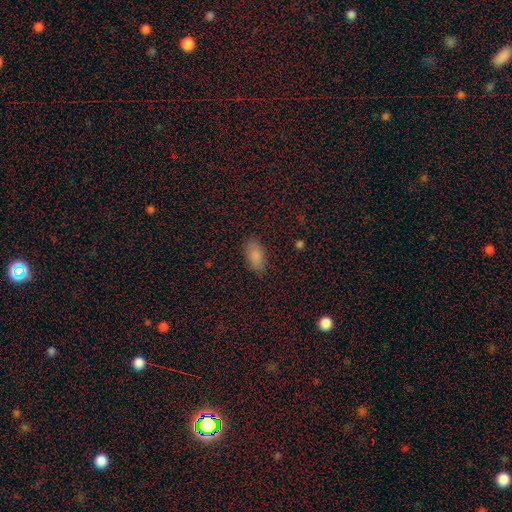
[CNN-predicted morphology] smooth-or-featured: smooth: 85% | star or artifact: 9% | featured or disk: 6%
  how-rounded: in between: 93% | cigar-shaped: 4% | round: 3%
  merging: none: 85% | minor disturbance: 11% | major disturbance: 3% | merger: 1%